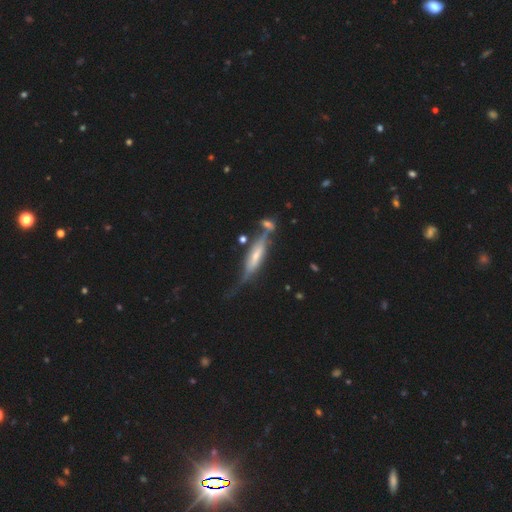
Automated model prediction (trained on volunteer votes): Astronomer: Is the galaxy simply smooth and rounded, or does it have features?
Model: featured or disk — 66%.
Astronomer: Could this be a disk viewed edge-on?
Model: yes — 76%.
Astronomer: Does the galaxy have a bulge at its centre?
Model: rounded — 54%.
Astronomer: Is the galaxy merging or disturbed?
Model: none — 44% (runner-up: minor disturbance, 23%).